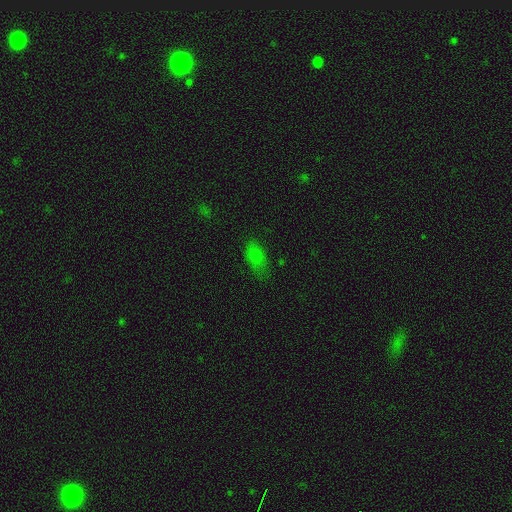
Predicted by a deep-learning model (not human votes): This appears to be a smooth galaxy with no disk features (77%) that is in between round and cigar-shaped (90%). Merging: none (62%).